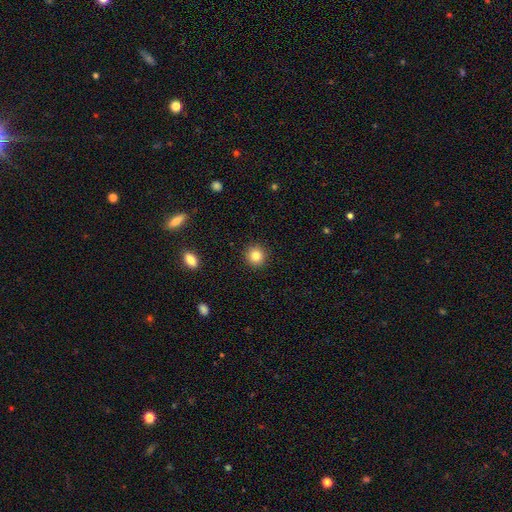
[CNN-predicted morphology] A smooth galaxy with no disk features (83%) that is round (92%). Merging: none (92%).